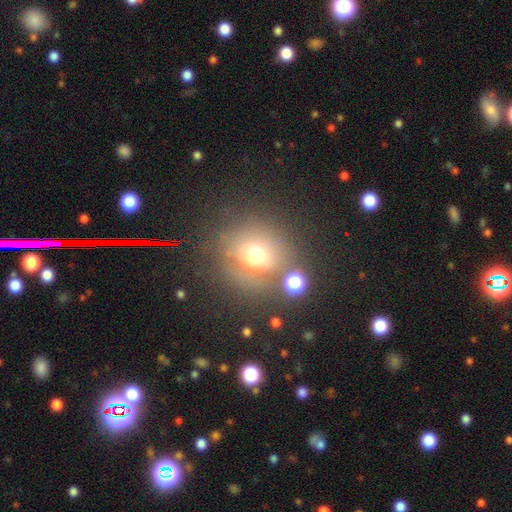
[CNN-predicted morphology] Smooth or featured? smooth (64%)
How rounded? round (84%)
Merging? none (67%)